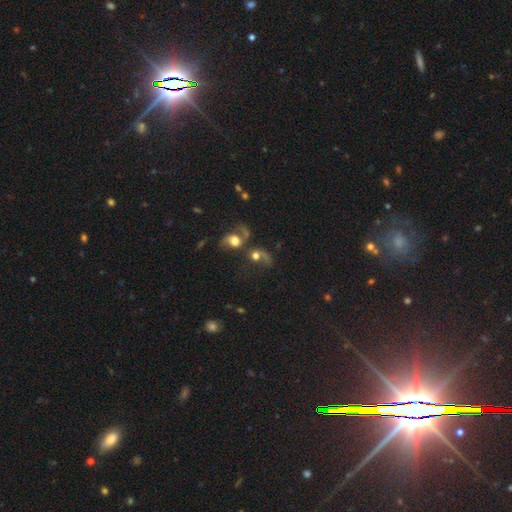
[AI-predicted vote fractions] smooth 54%, featured or disk 31%, star or artifact 16%. Down the decision tree: how rounded — round (62%); merging — merger (47%).